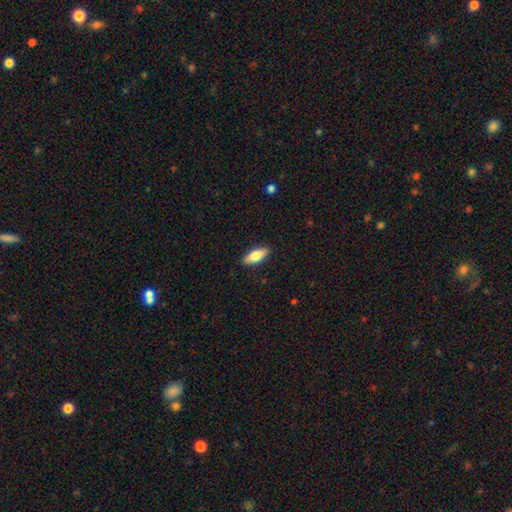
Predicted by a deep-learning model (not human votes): Q: Smooth or featured?
A: smooth (72%); runner-up: featured or disk (22%)
Q: How rounded?
A: in between (71%); runner-up: cigar-shaped (27%)
Q: Merging?
A: none (89%); runner-up: minor disturbance (9%)